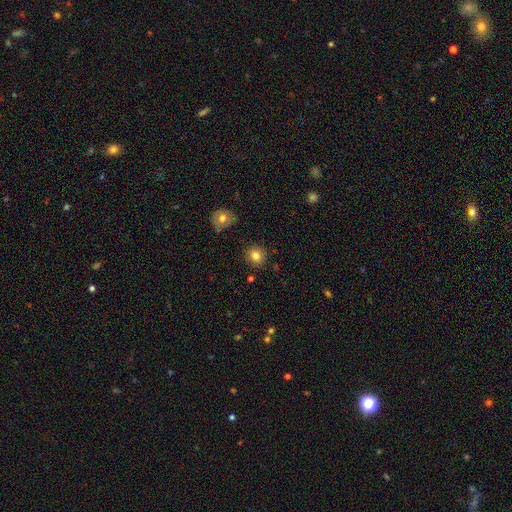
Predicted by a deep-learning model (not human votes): smooth 82%, star or artifact 11%, featured or disk 7%. Down the decision tree: how rounded — round (89%); merging — none (88%).